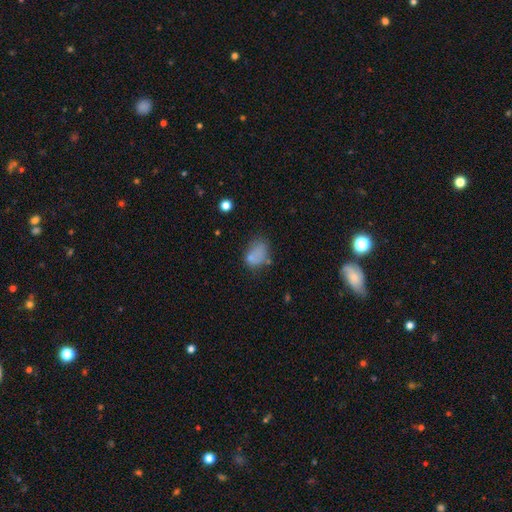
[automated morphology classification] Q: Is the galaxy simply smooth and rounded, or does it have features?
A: smooth — 72%.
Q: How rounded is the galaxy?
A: in between — 78%.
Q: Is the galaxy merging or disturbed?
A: none — 41%.